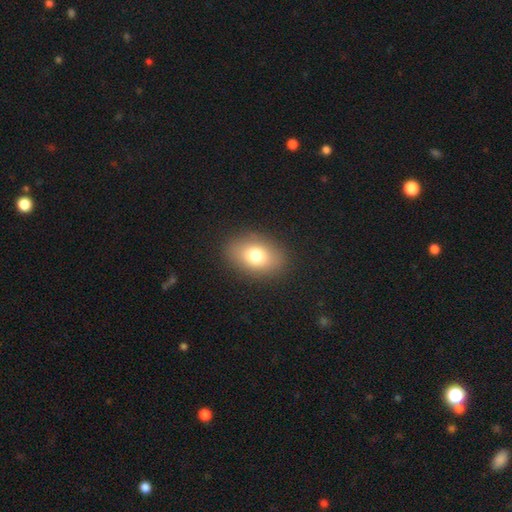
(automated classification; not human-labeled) A smooth galaxy with no disk features (75%) that is in between round and cigar-shaped (76%).

Vote fractions:
- Smooth or featured? smooth: 75% / featured or disk: 14% / star or artifact: 11%
- How rounded? in between: 76% / round: 22% / cigar-shaped: 1%
- Merging? none: 87% / minor disturbance: 8% / major disturbance: 3% / merger: 1%